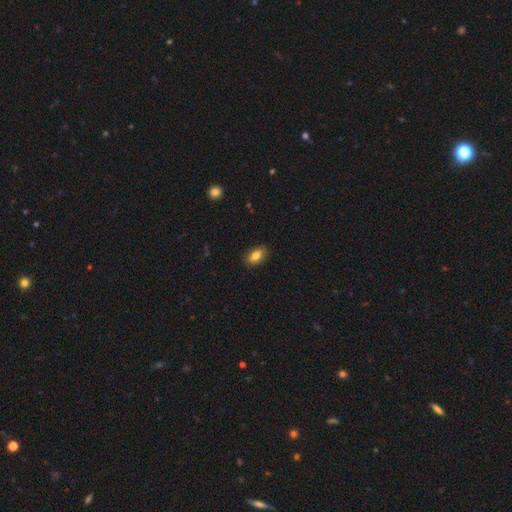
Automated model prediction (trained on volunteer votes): This appears to be a smooth galaxy with no disk features (83%) that is in between round and cigar-shaped (90%). Merging: none (86%).